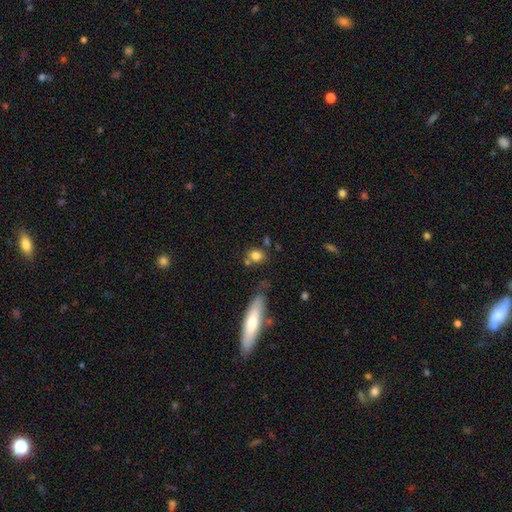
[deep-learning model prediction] Smooth or featured? Predicted: smooth (p=0.80). How rounded? Predicted: in between (p=0.49). Merging? Predicted: none (p=0.67).